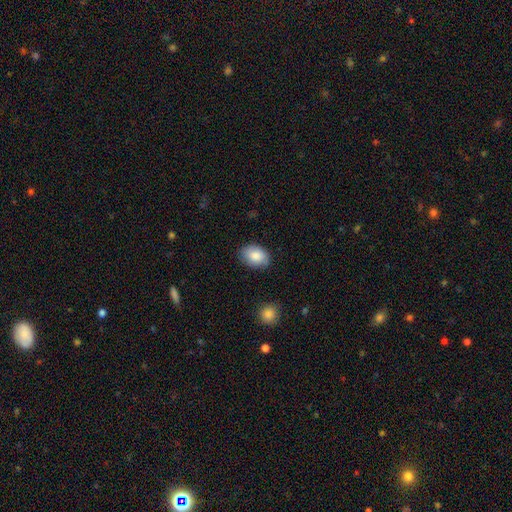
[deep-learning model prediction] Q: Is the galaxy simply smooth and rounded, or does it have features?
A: smooth — 85%.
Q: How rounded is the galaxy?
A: in between — 81%.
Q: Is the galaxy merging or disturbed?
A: none — 81%.